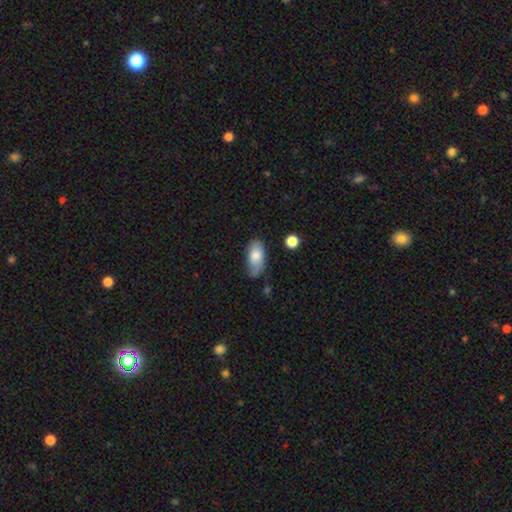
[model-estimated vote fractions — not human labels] A smooth galaxy with no disk features (78%) that is in between round and cigar-shaped (91%).

Vote fractions:
- Smooth or featured? smooth: 78% / featured or disk: 15% / star or artifact: 7%
- How rounded? in between: 91% / cigar-shaped: 5% / round: 3%
- Merging? none: 60% / minor disturbance: 30% / major disturbance: 7% / merger: 3%